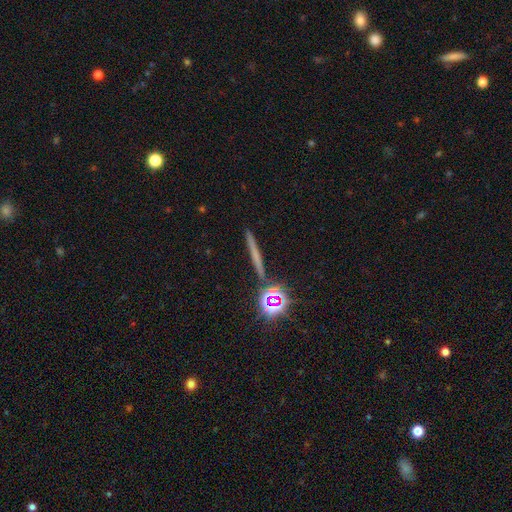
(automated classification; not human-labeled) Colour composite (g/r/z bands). It shows a smooth galaxy with no disk features (44%). Merging: none (89%).